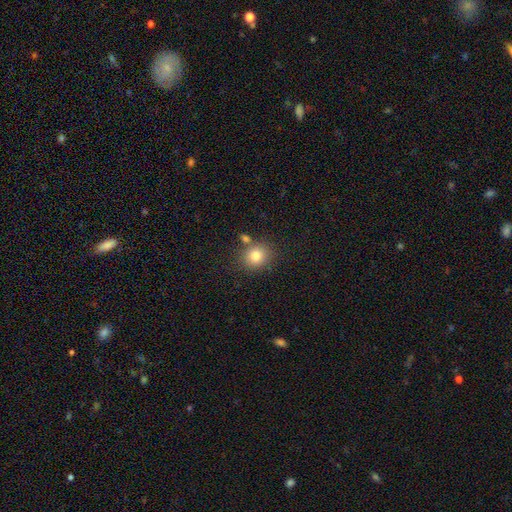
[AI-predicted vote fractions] A smooth galaxy with no disk features (81%) that is round (76%).

Vote fractions:
- Smooth or featured? smooth: 81% / star or artifact: 11% / featured or disk: 8%
- How rounded? round: 76% / in between: 23% / cigar-shaped: 1%
- Merging? none: 72% / merger: 13% / minor disturbance: 11% / major disturbance: 3%